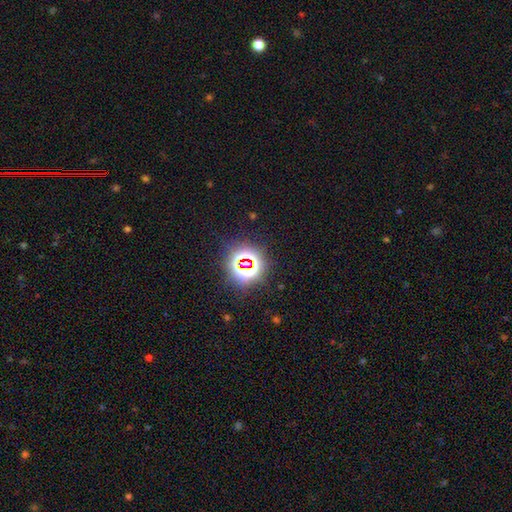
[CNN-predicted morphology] Smooth or featured? star or artifact (73%)